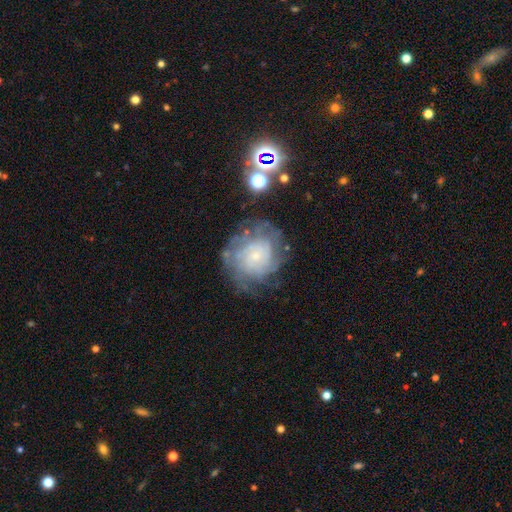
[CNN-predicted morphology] The model was most divided on "spiral arm count": can't tell: 54%, 4: 13%, 3: 10%, more than 4: 9%, 2: 9%, 1: 5%. More confident: edge-on disk — no (97%); spiral arms — yes (84%); bar — no (81%); bulge size — small (78%); smooth or featured — featured or disk (70%); spiral winding — tight (68%); merging — none (65%).